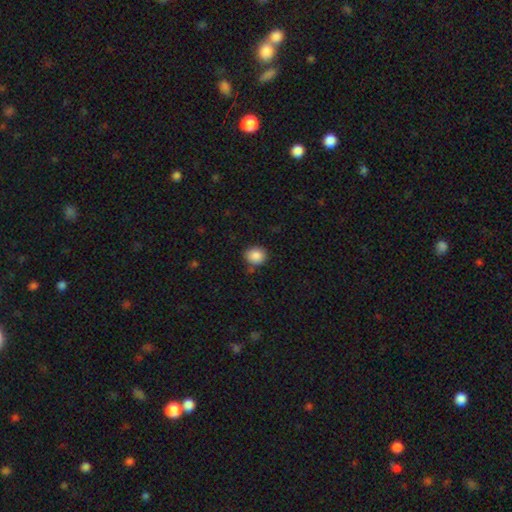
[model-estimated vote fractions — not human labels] smooth_or_featured: smooth (p=0.87) [alt: star or artifact p=0.09]
how_rounded: round (p=0.72) [alt: in between p=0.27]
merging: none (p=0.80) [alt: minor disturbance p=0.14]